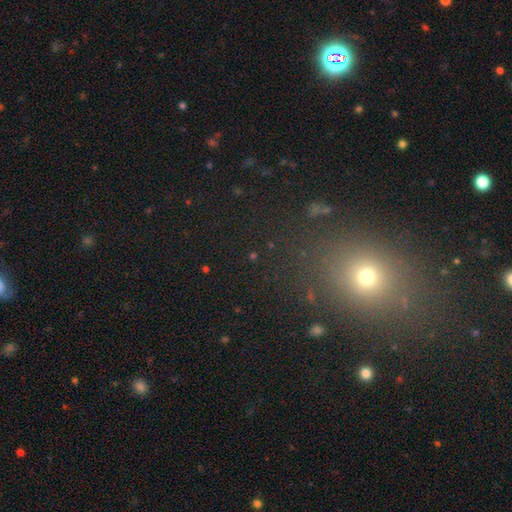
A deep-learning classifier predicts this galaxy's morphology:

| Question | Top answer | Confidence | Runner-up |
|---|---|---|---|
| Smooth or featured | smooth | 48% | star or artifact (42%) |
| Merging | none | 82% | minor disturbance (9%) |